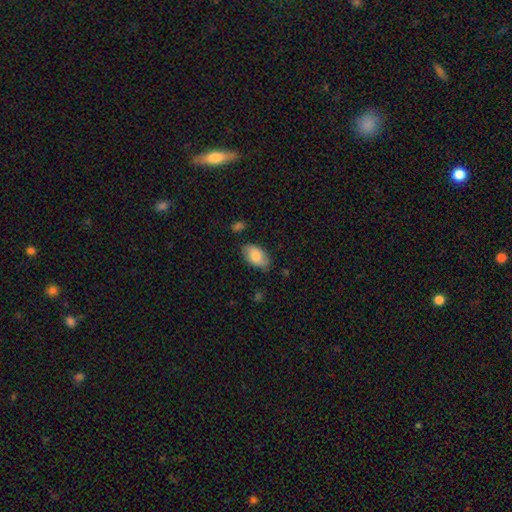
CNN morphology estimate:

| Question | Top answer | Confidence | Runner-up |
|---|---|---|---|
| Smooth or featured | smooth | 77% | featured or disk (17%) |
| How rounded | in between | 93% | round (5%) |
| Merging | none | 78% | minor disturbance (17%) |